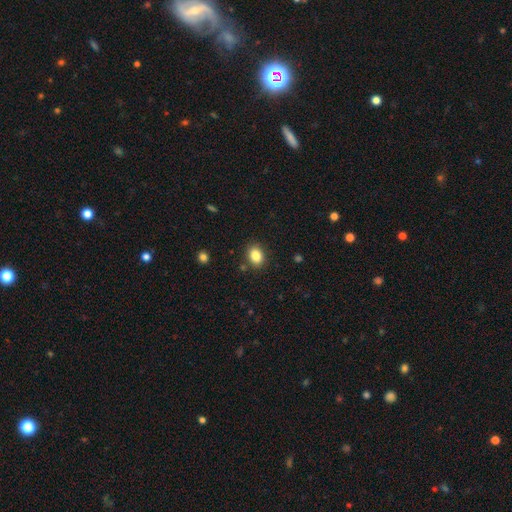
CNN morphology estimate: Smooth or featured? Predicted: smooth (p=0.86). How rounded? Predicted: in between (p=0.62). Merging? Predicted: none (p=0.86).